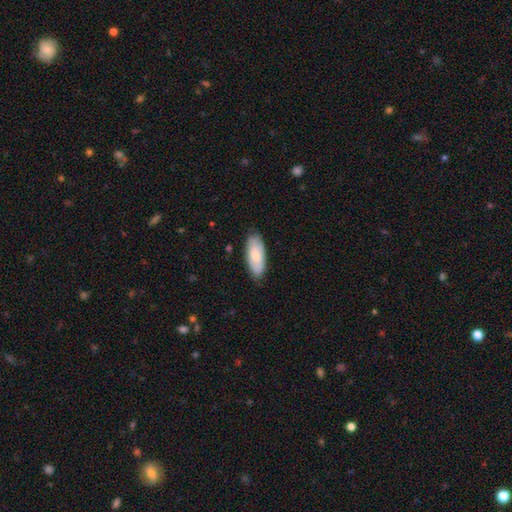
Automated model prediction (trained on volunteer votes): Q: Smooth or featured?
A: smooth (74%); runner-up: featured or disk (20%)
Q: How rounded?
A: in between (84%); runner-up: cigar-shaped (14%)
Q: Merging?
A: none (81%); runner-up: minor disturbance (15%)